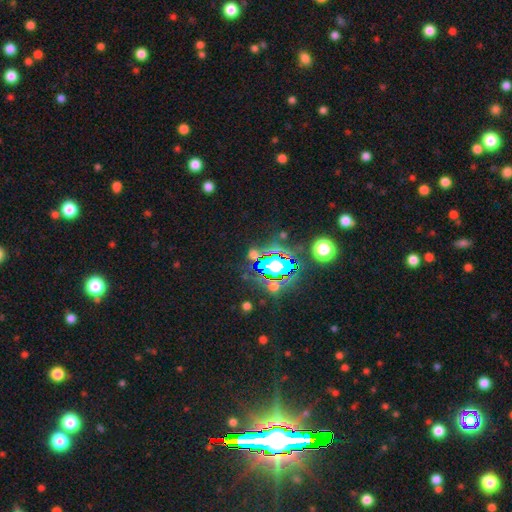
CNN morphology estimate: Smooth or featured: star or artifact — 75% (smooth — 16%)